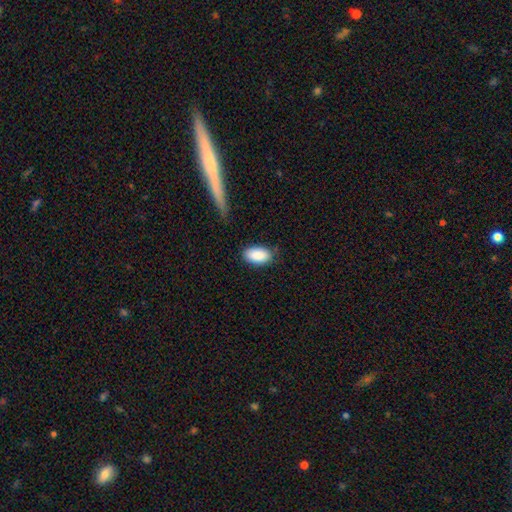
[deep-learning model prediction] Morphology: type=smooth (89%); roundness=in between (94%); merging=none (80%).